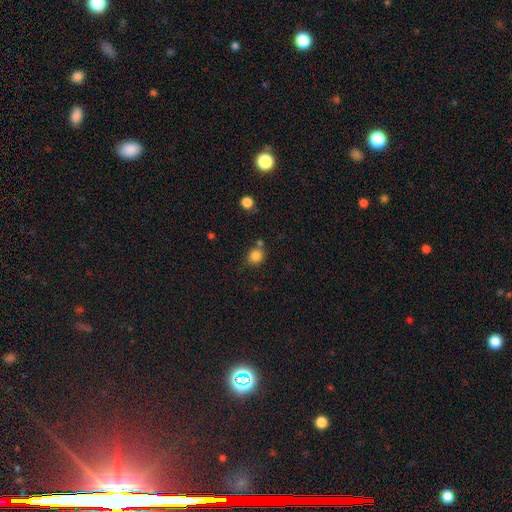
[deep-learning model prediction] Smooth or featured? smooth (83%)
How rounded? round (86%)
Merging? none (68%)